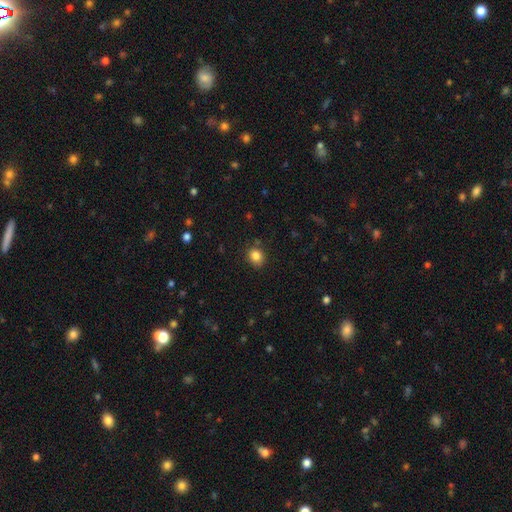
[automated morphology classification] Smooth or featured? smooth (84%)
How rounded? round (67%)
Merging? none (83%)